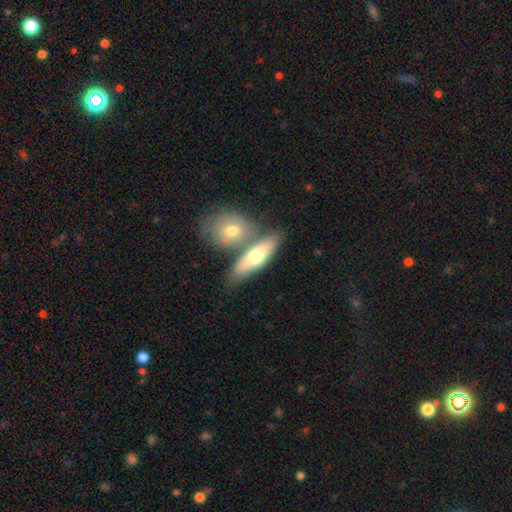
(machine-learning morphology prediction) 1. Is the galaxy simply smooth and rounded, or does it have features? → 64% smooth, 31% featured or disk, 5% star or artifact.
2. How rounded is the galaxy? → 59% in between, 35% cigar-shaped, 6% round.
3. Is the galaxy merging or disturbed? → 48% none, 38% merger, 11% minor disturbance, 4% major disturbance.